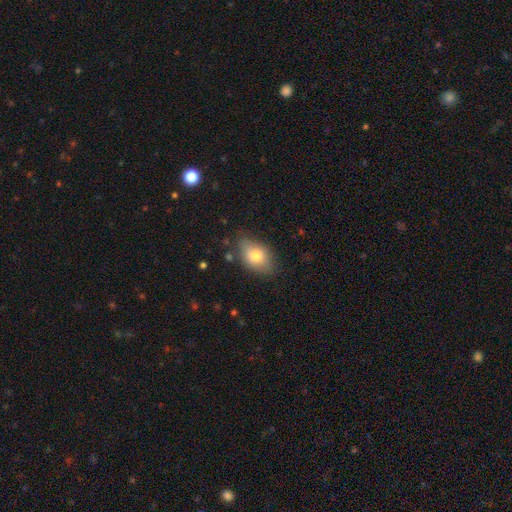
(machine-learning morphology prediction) A smooth galaxy with no disk features (76%) that is in between round and cigar-shaped (84%).

Vote fractions:
- Smooth or featured? smooth: 76% / featured or disk: 16% / star or artifact: 8%
- How rounded? in between: 84% / round: 14% / cigar-shaped: 2%
- Merging? none: 72% / minor disturbance: 21% / major disturbance: 5% / merger: 2%